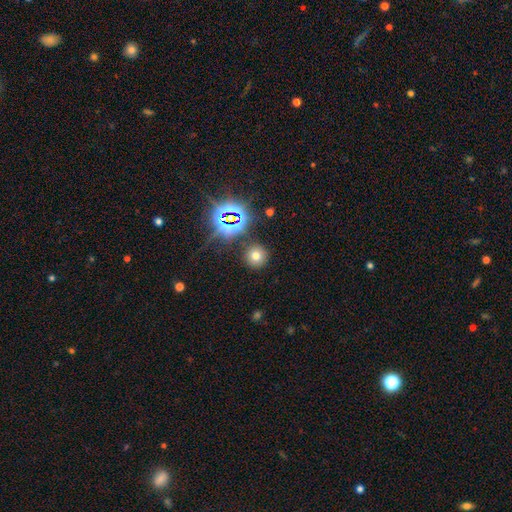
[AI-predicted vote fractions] Smooth or featured: smooth — 65% (star or artifact — 25%)
How rounded: round — 93% (in between — 6%)
Merging: none — 87% (minor disturbance — 7%)